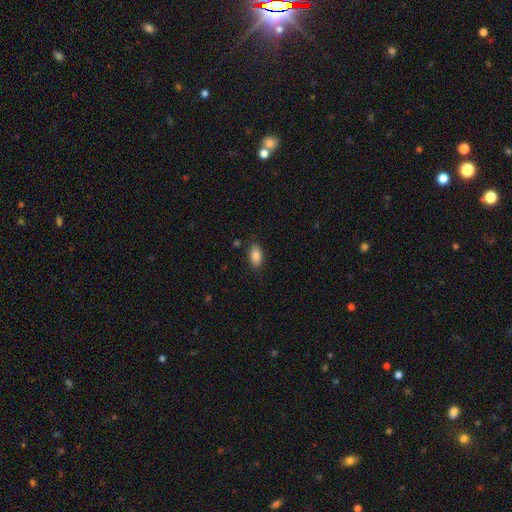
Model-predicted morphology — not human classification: Q: Smooth or featured?
A: smooth (88%); runner-up: star or artifact (7%)
Q: How rounded?
A: in between (92%); runner-up: cigar-shaped (5%)
Q: Merging?
A: none (85%); runner-up: minor disturbance (11%)